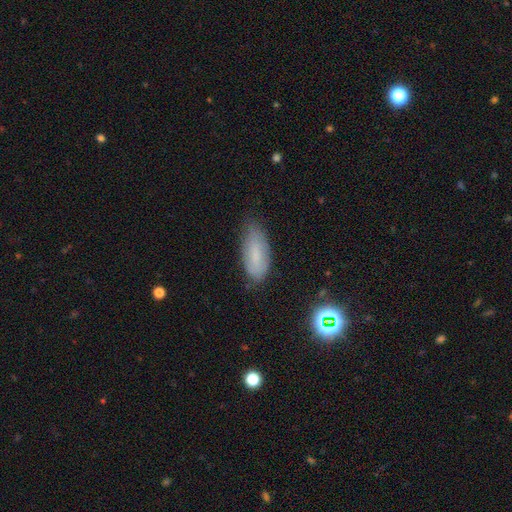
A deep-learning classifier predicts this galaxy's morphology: Q: Smooth or featured?
A: smooth (70%); runner-up: featured or disk (20%)
Q: How rounded?
A: in between (82%); runner-up: cigar-shaped (16%)
Q: Merging?
A: none (67%); runner-up: minor disturbance (26%)